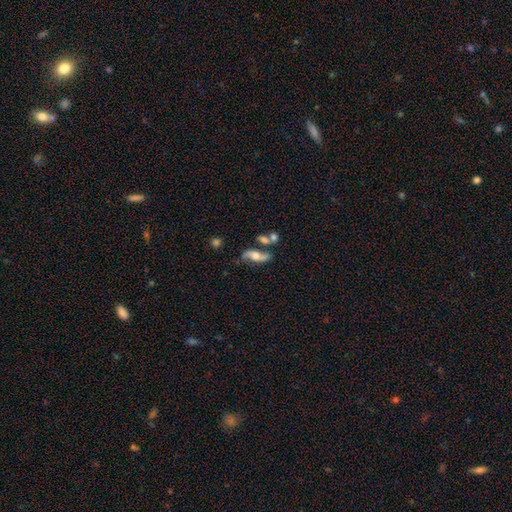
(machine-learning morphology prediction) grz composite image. It shows a featured or disk galaxy (60%). Merging: none (53%).